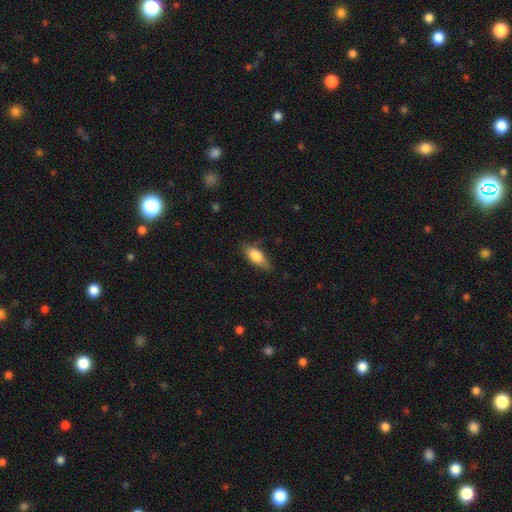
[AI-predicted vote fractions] A smooth galaxy with no disk features (79%) that is in between round and cigar-shaped (80%). Merging: none (74%).